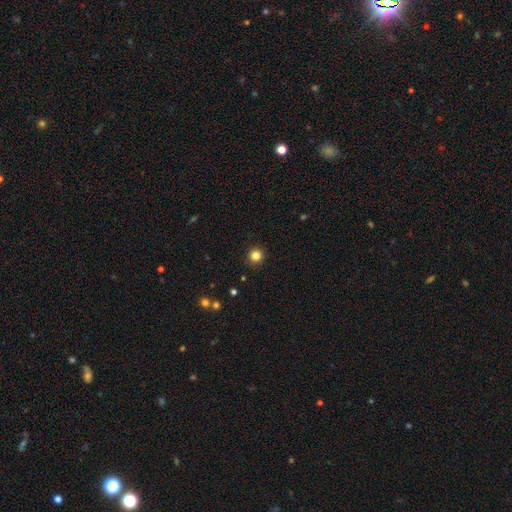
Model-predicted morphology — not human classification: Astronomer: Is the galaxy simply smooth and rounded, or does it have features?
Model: smooth — 83%.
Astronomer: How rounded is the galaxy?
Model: round — 95%.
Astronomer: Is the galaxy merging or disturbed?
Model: none — 92%.